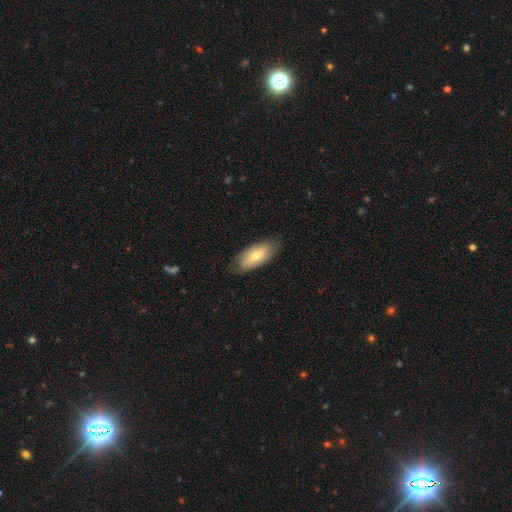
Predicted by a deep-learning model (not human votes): The model was most divided on "smooth or featured": smooth: 66%, featured or disk: 28%, star or artifact: 6%. More confident: how rounded — in between (87%); merging — none (78%).